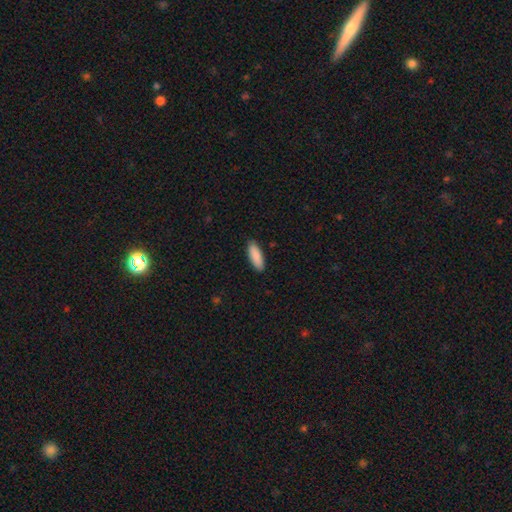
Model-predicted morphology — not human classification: A smooth galaxy with no disk features (90%) that is in between round and cigar-shaped (60%). Merging: none (89%).